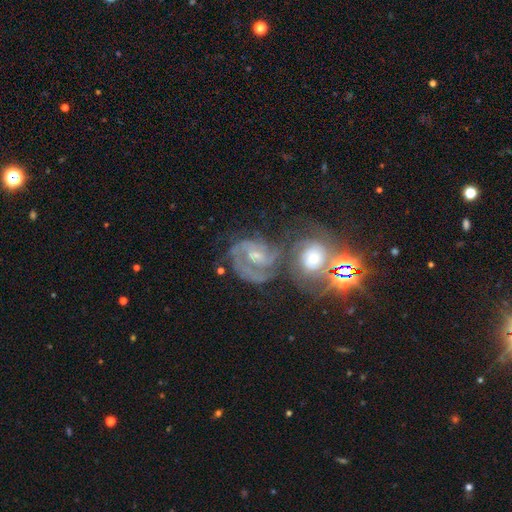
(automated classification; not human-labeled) Overall: featured or disk (82%). Edge-on disk: no (98%). Bar: weak (44%; no 39%). Spiral arms: yes (95%). Spiral arm count: 2 (45%; can't tell 20%). Spiral winding: tight (52%; medium 40%). Bulge size: small (57%; moderate 34%). Merging: none (40%; merger 31%).